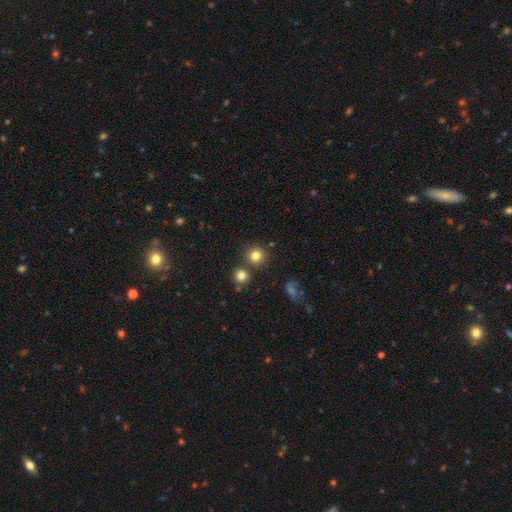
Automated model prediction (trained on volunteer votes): smooth_or_featured: smooth (p=0.80) [alt: star or artifact p=0.13]
how_rounded: round (p=0.90) [alt: in between p=0.09]
merging: none (p=0.78) [alt: merger p=0.12]